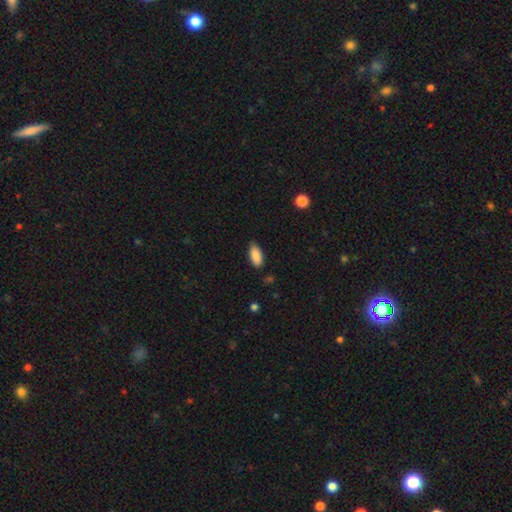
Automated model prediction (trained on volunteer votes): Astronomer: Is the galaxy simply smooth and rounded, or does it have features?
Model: smooth — 89%.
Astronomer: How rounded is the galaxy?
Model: in between — 91%.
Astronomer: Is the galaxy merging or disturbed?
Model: none — 81%.